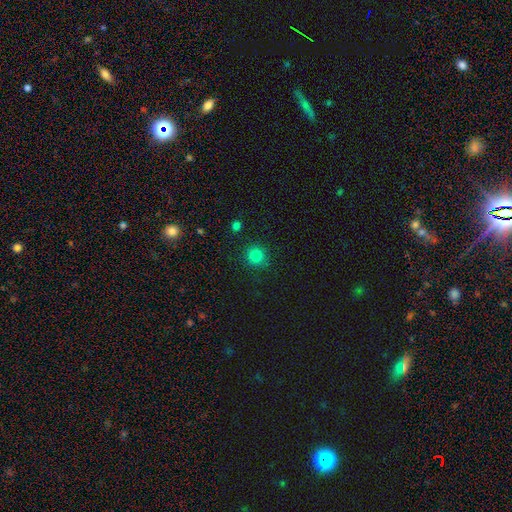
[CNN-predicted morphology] This is clearly a smooth galaxy (82%). How rounded: clearly round (92%). Merging: clearly none (89%).